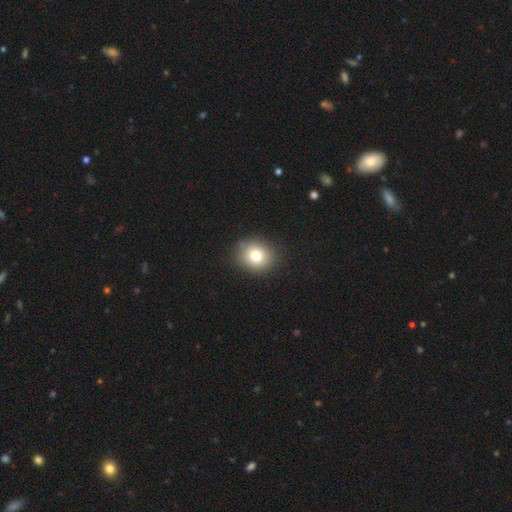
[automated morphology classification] This is likely a smooth galaxy (78%). How rounded: likely round (75%). Merging: clearly none (87%).